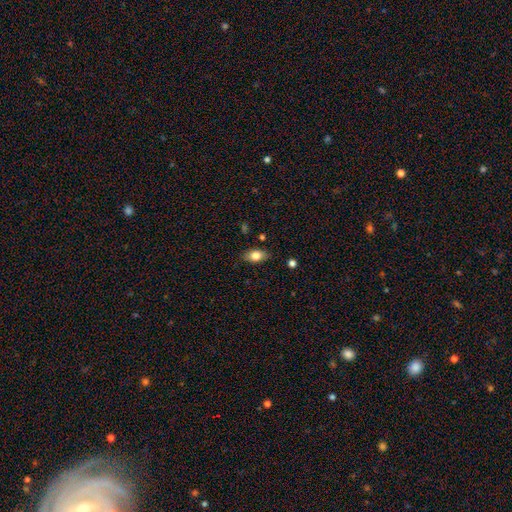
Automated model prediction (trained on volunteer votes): smooth 80%, featured or disk 12%, star or artifact 8%. Down the decision tree: how rounded — in between (86%); merging — none (83%).